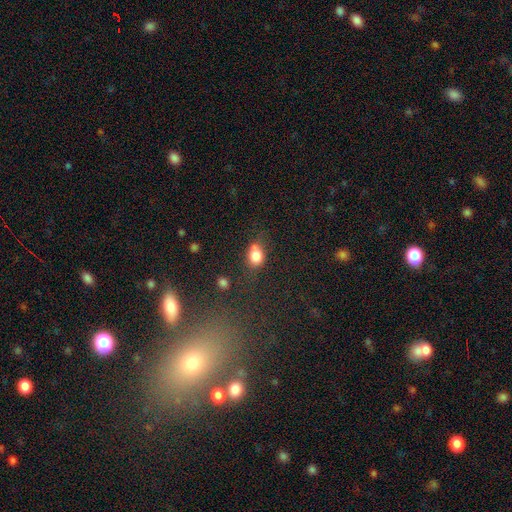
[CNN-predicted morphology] Q: Smooth or featured?
A: smooth (81%); runner-up: star or artifact (10%)
Q: How rounded?
A: in between (66%); runner-up: round (32%)
Q: Merging?
A: none (55%); runner-up: minor disturbance (26%)